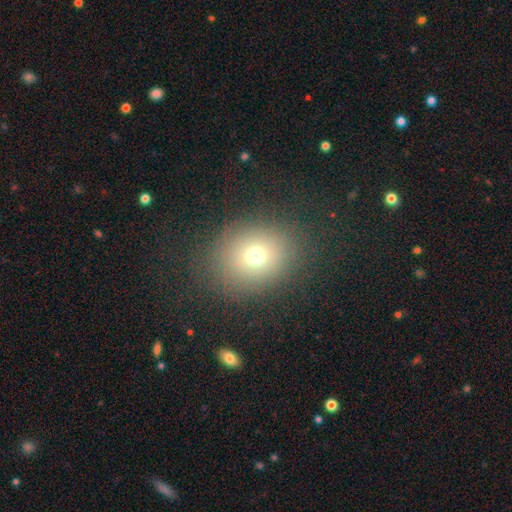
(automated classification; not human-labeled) Overall: smooth (70%). How rounded: round (62%; in between 37%). Merging: none (83%).